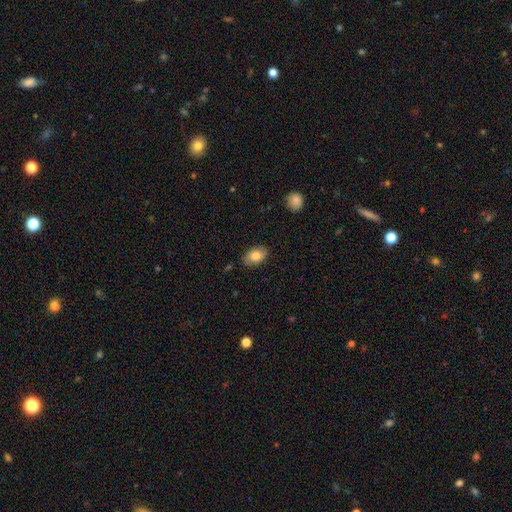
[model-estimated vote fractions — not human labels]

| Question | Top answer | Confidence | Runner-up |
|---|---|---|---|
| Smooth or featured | smooth | 78% | featured or disk (15%) |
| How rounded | in between | 89% | round (10%) |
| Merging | none | 82% | minor disturbance (14%) |